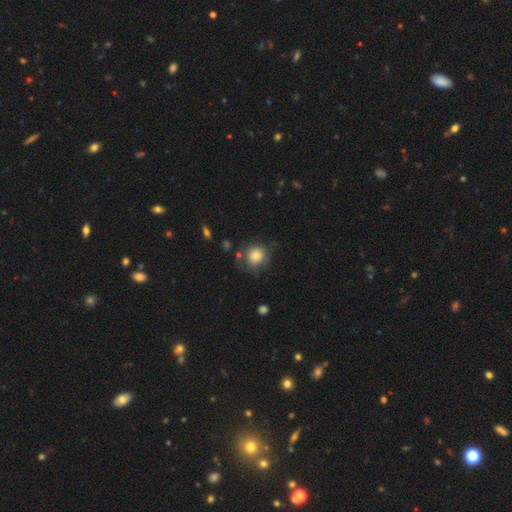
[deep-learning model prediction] A smooth galaxy with no disk features (76%) that is round (84%).

Vote fractions:
- Smooth or featured? smooth: 76% / featured or disk: 15% / star or artifact: 9%
- How rounded? round: 84% / in between: 15% / cigar-shaped: 1%
- Merging? none: 64% / minor disturbance: 21% / major disturbance: 11% / merger: 4%